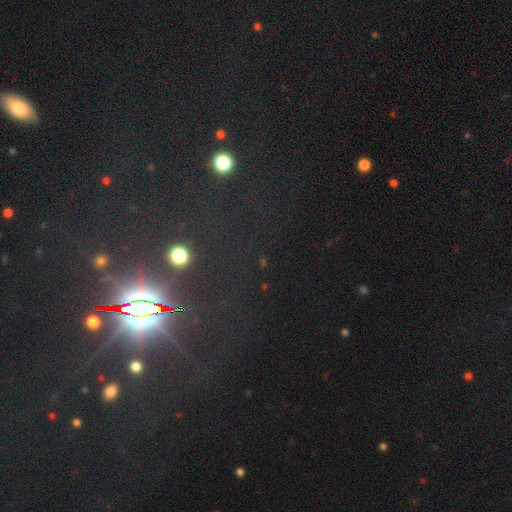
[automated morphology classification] The model was most divided on "smooth or featured": star or artifact: 80%, smooth: 12%, featured or disk: 8%.